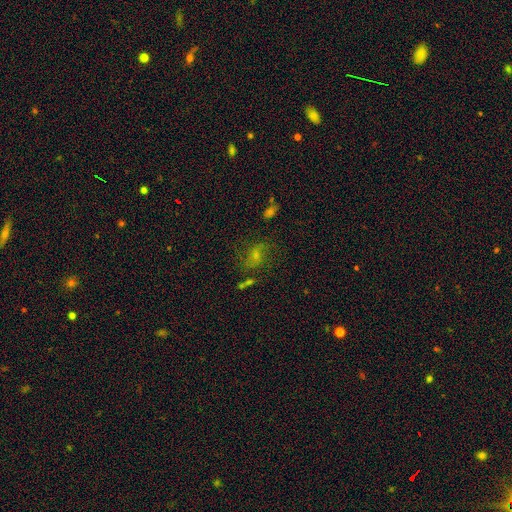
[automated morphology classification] A featured or disk galaxy (41%). Merging: none (57%).